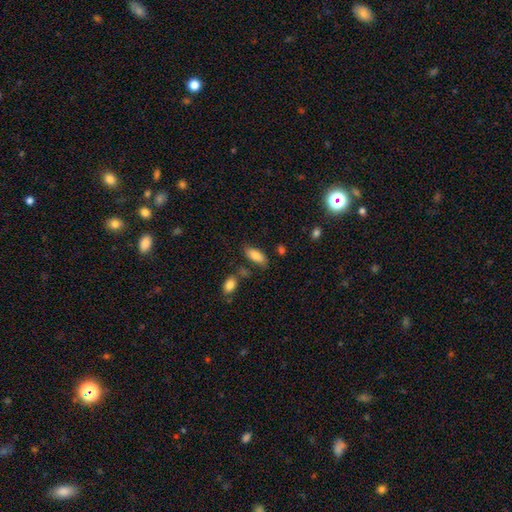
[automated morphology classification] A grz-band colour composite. It shows a smooth galaxy with no disk features (84%) that is in between round and cigar-shaped (86%). Merging: none (73%).